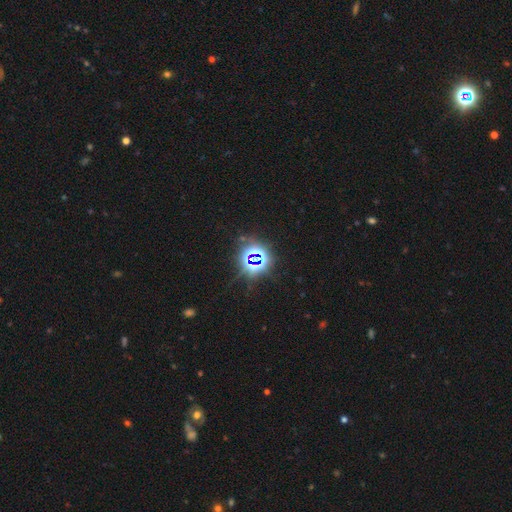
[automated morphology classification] A star or artifact, not a galaxy (80%).

Vote fractions:
- Smooth or featured? star or artifact: 80% / smooth: 12% / featured or disk: 7%